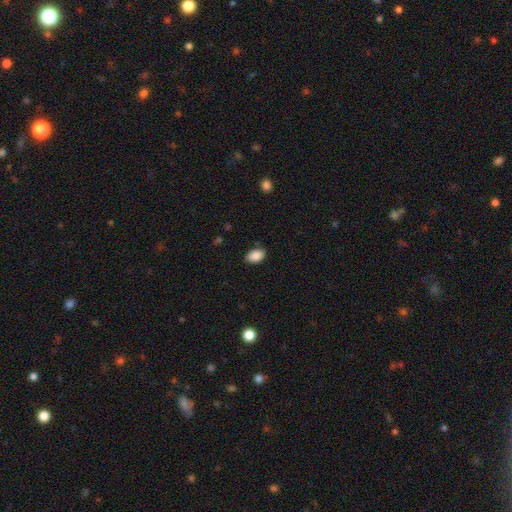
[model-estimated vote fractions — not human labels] Overall: smooth (89%). How rounded: in between (91%). Merging: none (84%).